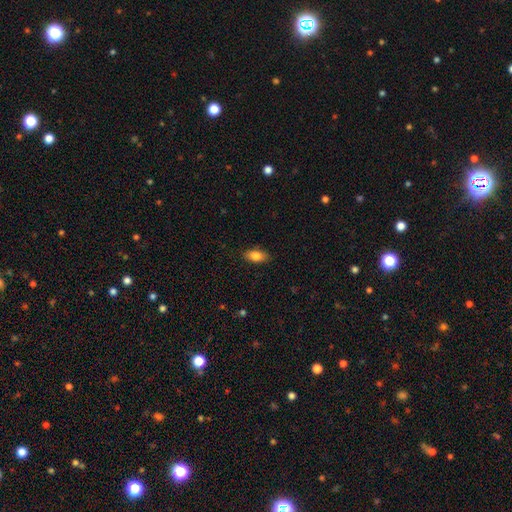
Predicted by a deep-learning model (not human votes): Smooth or featured? Predicted: smooth (p=0.83). How rounded? Predicted: in between (p=0.89). Merging? Predicted: none (p=0.87).